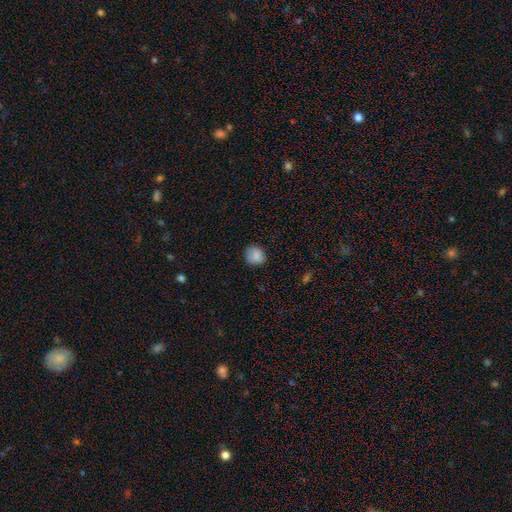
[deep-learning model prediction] Smooth or featured: smooth — 84% (star or artifact — 9%)
How rounded: round — 78% (in between — 21%)
Merging: none — 81% (minor disturbance — 15%)